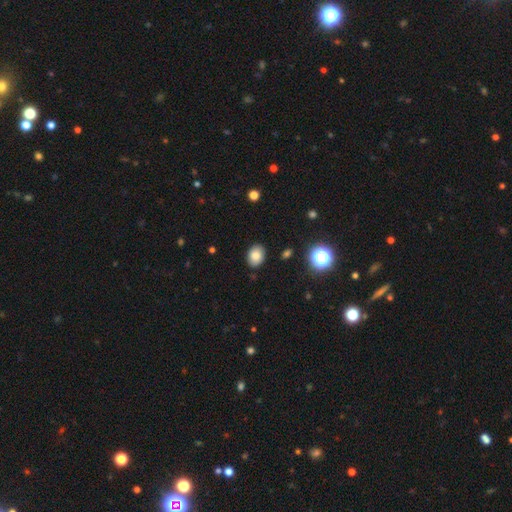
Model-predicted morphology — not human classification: smooth_or_featured: smooth (p=0.82) [alt: star or artifact p=0.11]
how_rounded: in between (p=0.68) [alt: round p=0.31]
merging: none (p=0.88) [alt: minor disturbance p=0.09]